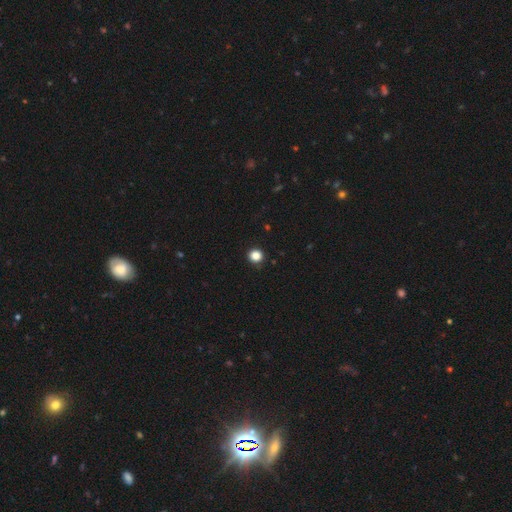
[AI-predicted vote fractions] Q: Smooth or featured?
A: smooth (85%); runner-up: star or artifact (12%)
Q: How rounded?
A: round (93%); runner-up: in between (6%)
Q: Merging?
A: none (92%); runner-up: minor disturbance (5%)